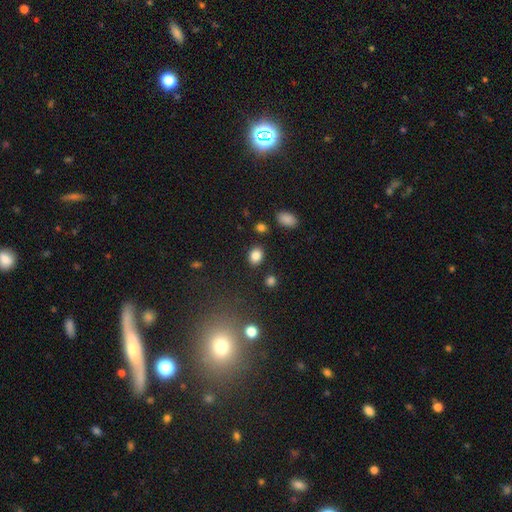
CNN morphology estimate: smooth 85%, star or artifact 10%, featured or disk 5%. Down the decision tree: how rounded — in between (60%); merging — none (85%).